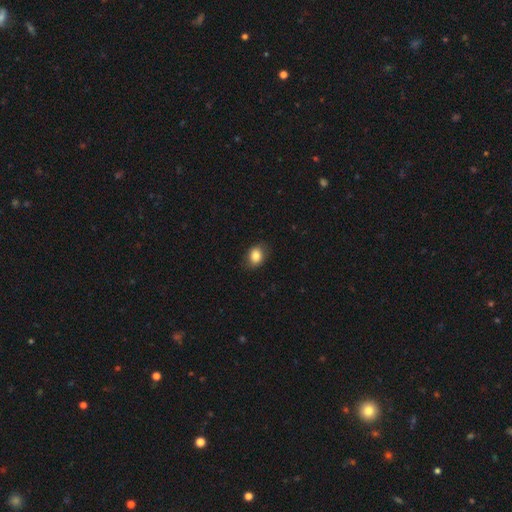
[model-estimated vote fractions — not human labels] A smooth galaxy with no disk features (84%) that is in between round and cigar-shaped (61%). Merging: none (82%).